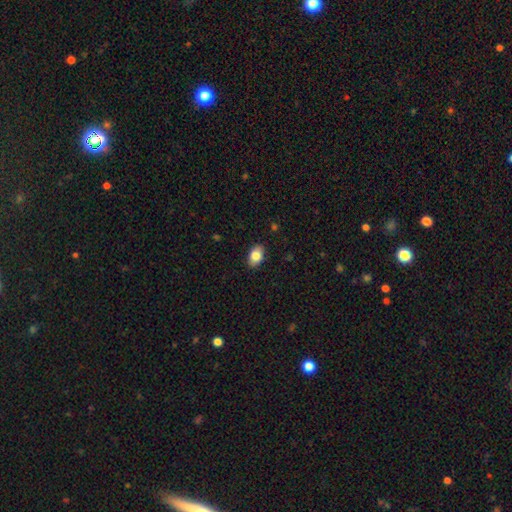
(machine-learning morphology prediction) Overall: smooth (83%). How rounded: in between (88%). Merging: none (88%).